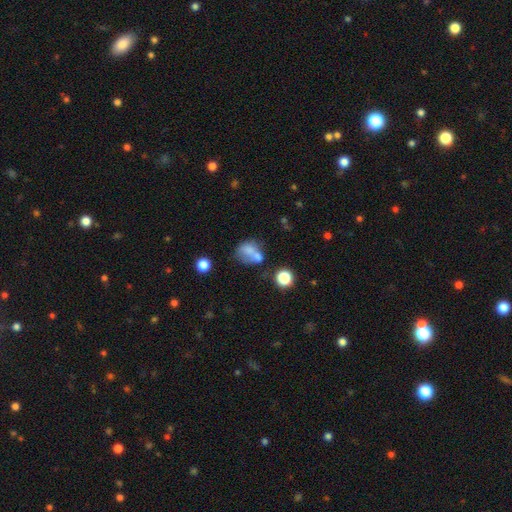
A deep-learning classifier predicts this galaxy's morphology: type=smooth (65%); roundness=in between (51%); merging=merger (42%).